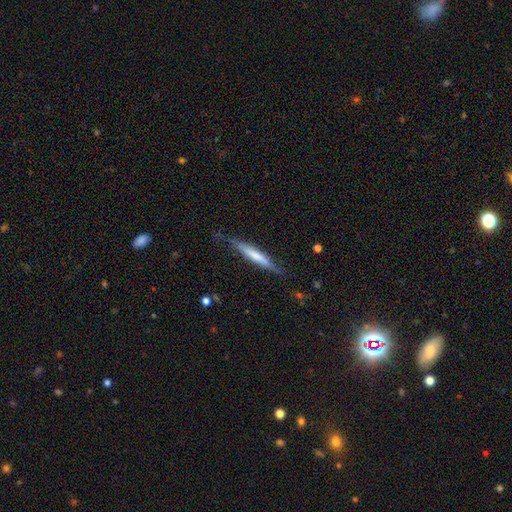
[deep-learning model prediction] This is possibly a smooth galaxy (54%). How rounded: clearly cigar-shaped (93%). Merging: likely none (73%).